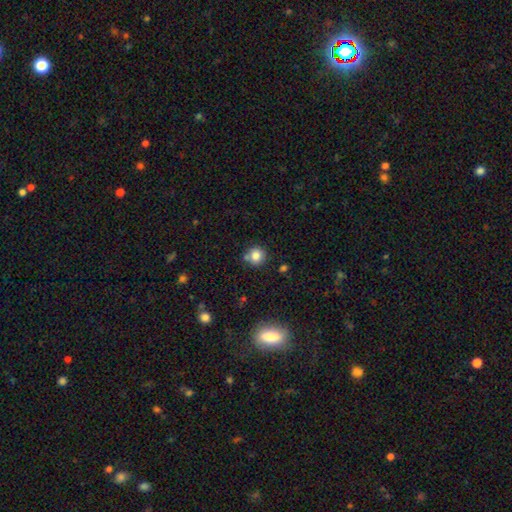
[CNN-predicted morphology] type=smooth (81%); roundness=round (91%); merging=none (72%).